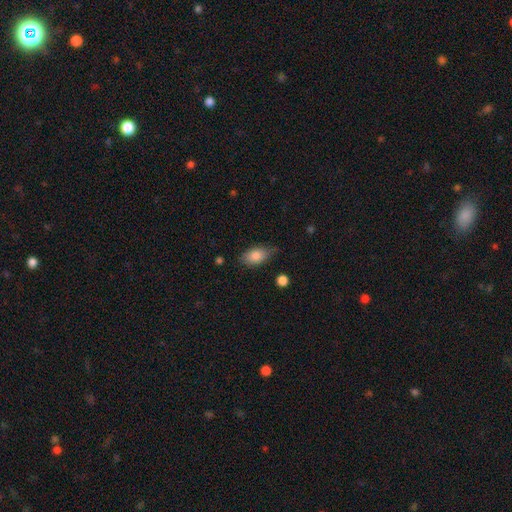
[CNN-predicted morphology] Smooth or featured: smooth — 83% (featured or disk — 10%)
How rounded: in between — 89% (round — 7%)
Merging: none — 69% (minor disturbance — 24%)